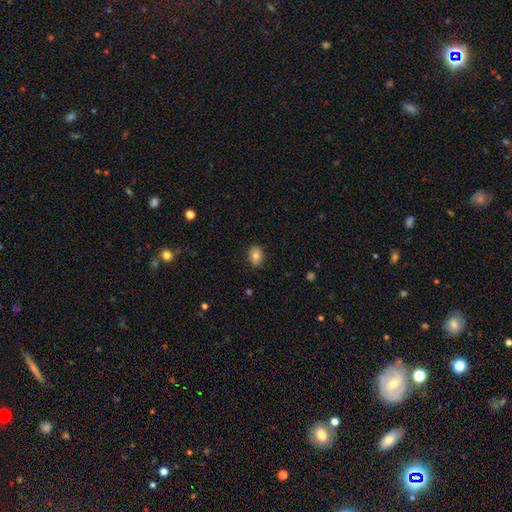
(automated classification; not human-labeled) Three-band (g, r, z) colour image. It shows a smooth galaxy with no disk features (81%) that is in between round and cigar-shaped (71%). Merging: none (88%).